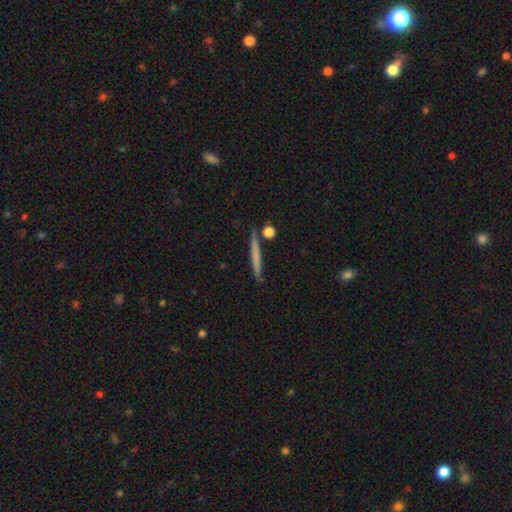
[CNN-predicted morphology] This appears to be a smooth galaxy with no disk features (58%) that is cigar-shaped (95%). Merging: none (84%).